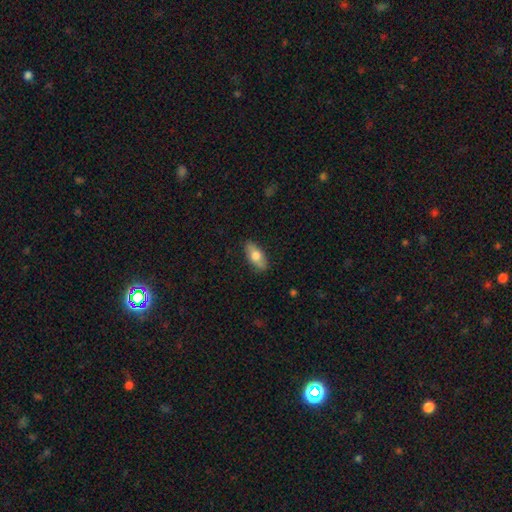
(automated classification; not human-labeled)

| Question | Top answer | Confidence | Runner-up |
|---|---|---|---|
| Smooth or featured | smooth | 68% | featured or disk (26%) |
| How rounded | in between | 80% | cigar-shaped (16%) |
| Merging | none | 87% | minor disturbance (10%) |